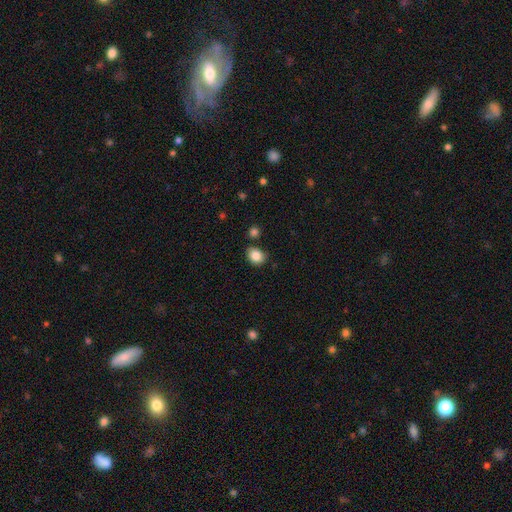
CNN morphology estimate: smooth_or_featured: smooth (p=0.85) [alt: star or artifact p=0.09]
how_rounded: in between (p=0.50) [alt: round p=0.49]
merging: none (p=0.78) [alt: minor disturbance p=0.13]